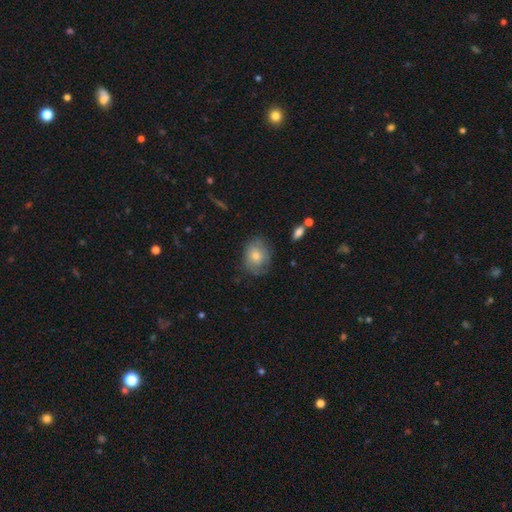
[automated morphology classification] Smooth or featured? Predicted: smooth (p=0.61). How rounded? Predicted: round (p=0.52). Merging? Predicted: none (p=0.69).